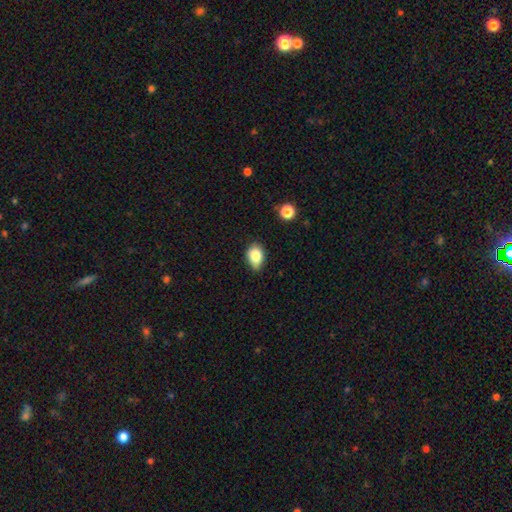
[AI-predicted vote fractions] Overall: smooth (84%). How rounded: in between (73%). Merging: none (65%; minor disturbance 29%).